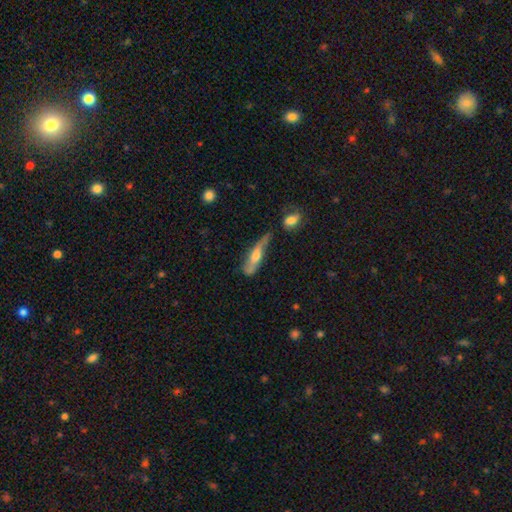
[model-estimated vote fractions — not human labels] Morphology: type=smooth (47%); merging=none (45%).